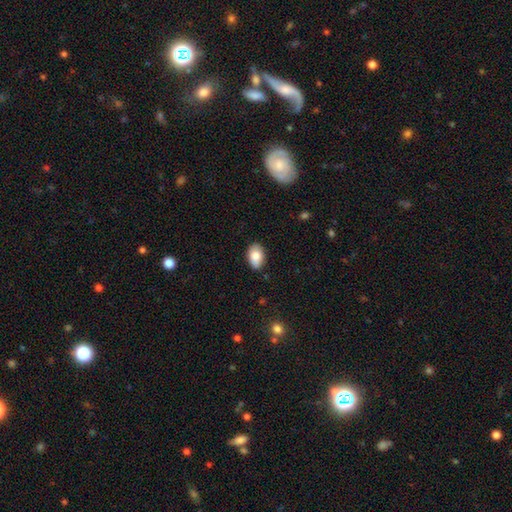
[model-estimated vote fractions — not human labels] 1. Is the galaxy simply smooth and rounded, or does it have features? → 85% smooth, 8% featured or disk, 7% star or artifact.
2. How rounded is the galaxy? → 90% in between, 9% round, 1% cigar-shaped.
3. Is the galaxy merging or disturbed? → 83% none, 13% minor disturbance, 2% major disturbance, 1% merger.